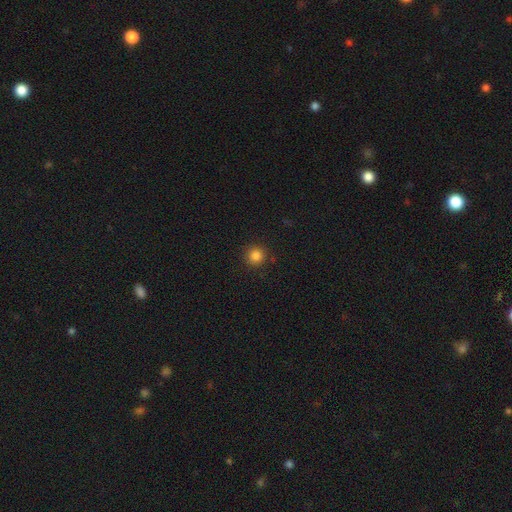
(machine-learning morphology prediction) This is clearly a smooth galaxy (84%). How rounded: clearly round (94%). Merging: clearly none (89%).